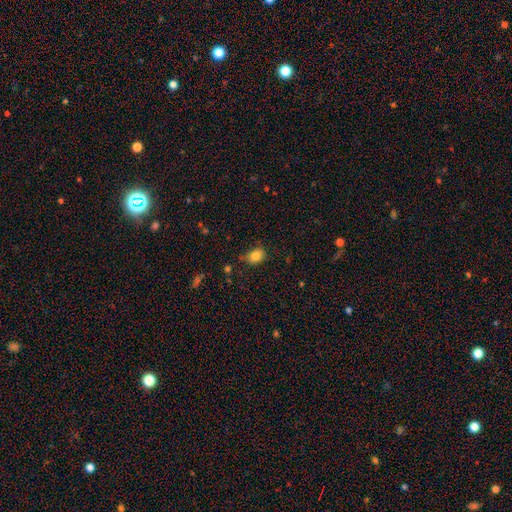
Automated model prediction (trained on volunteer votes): This is clearly a smooth galaxy (84%). How rounded: likely in between (63%). Merging: likely none (70%).